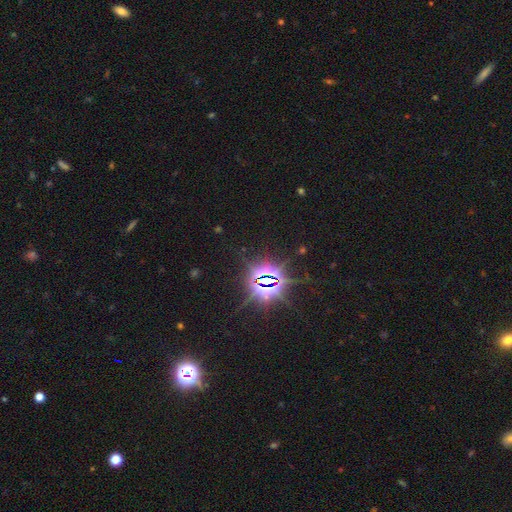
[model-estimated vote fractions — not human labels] Morphology: type=star or artifact (84%).